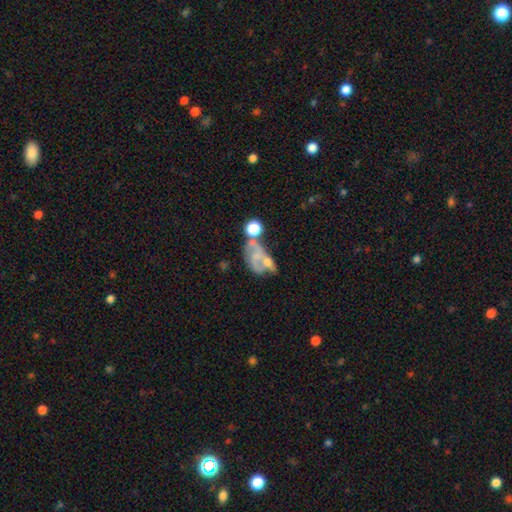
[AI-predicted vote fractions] smooth-or-featured: featured or disk: 55% | smooth: 32% | star or artifact: 13%
  disk-edge-on: no: 96% | yes: 4%
    bar: no: 76% | weak: 18% | strong: 5%
    has-spiral-arms: no: 54% | yes: 46%
    bulge-size: none: 41% | small: 31% | moderate: 21% | large: 5% | dominant: 2%
  merging: merger: 38% | major disturbance: 25% | none: 21% | minor disturbance: 15%